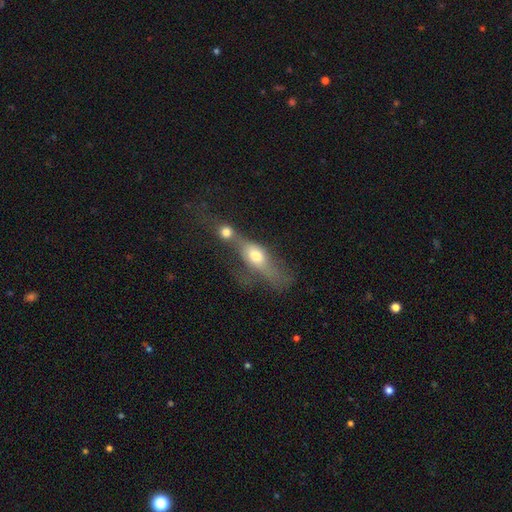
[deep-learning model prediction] Smooth or featured? Predicted: smooth (p=0.57). How rounded? Predicted: in between (p=0.61). Merging? Predicted: merger (p=0.65).